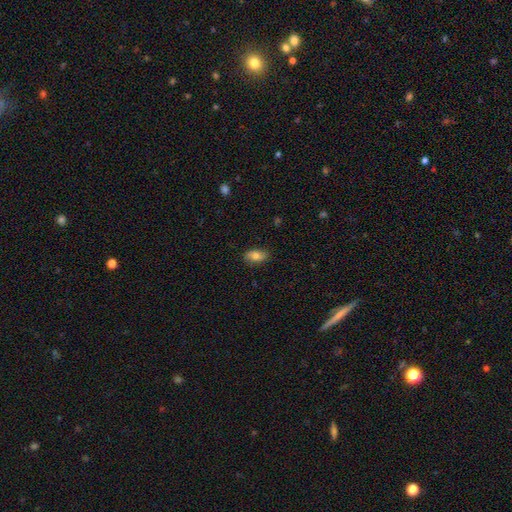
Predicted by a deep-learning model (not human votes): Smooth or featured?
  - smooth: 78% *
  - featured or disk: 15%
  - star or artifact: 8%
How rounded?
  - in between: 90% *
  - round: 6%
  - cigar-shaped: 4%
Merging?
  - none: 84% *
  - minor disturbance: 12%
  - major disturbance: 2%
  - merger: 1%